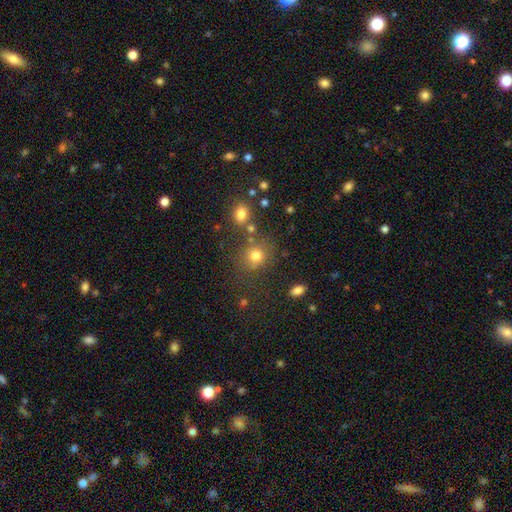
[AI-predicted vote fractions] A smooth galaxy with no disk features (76%) that is round (83%). Merging: none (71%).